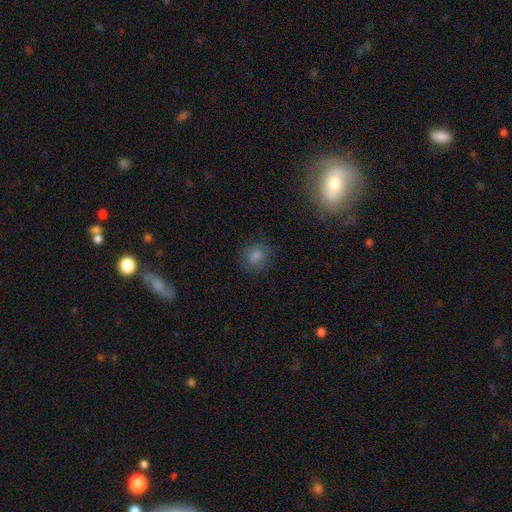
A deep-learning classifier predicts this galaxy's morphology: smooth-or-featured: smooth: 70% | star or artifact: 19% | featured or disk: 11%
  how-rounded: round: 68% | in between: 30% | cigar-shaped: 2%
  merging: none: 84% | minor disturbance: 10% | major disturbance: 3% | merger: 2%